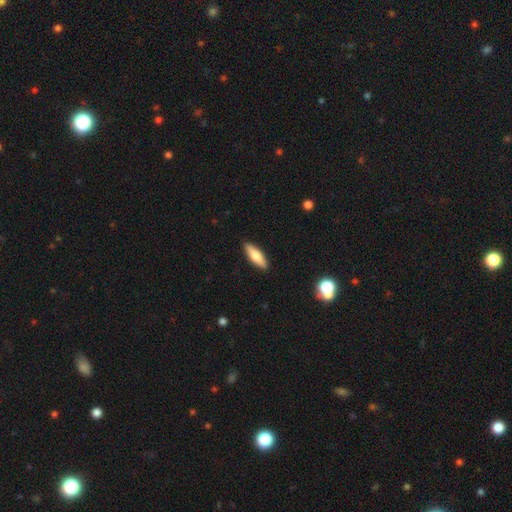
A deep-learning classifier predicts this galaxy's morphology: Smooth or featured: smooth — 61% (featured or disk — 33%)
How rounded: cigar-shaped — 55% (in between — 43%)
Merging: none — 90% (minor disturbance — 7%)